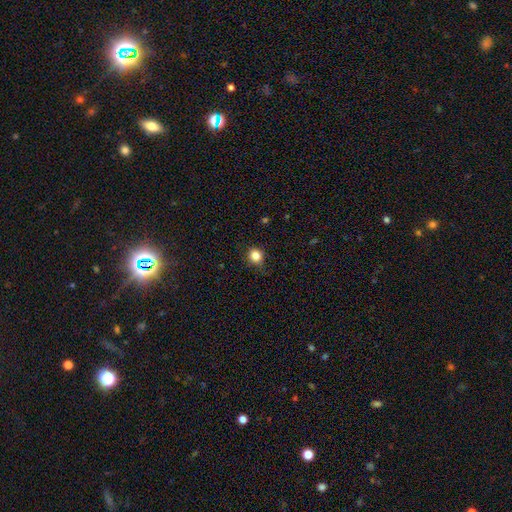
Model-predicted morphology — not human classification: Smooth or featured: smooth — 84% (star or artifact — 12%)
How rounded: round — 85% (in between — 15%)
Merging: none — 83% (minor disturbance — 13%)